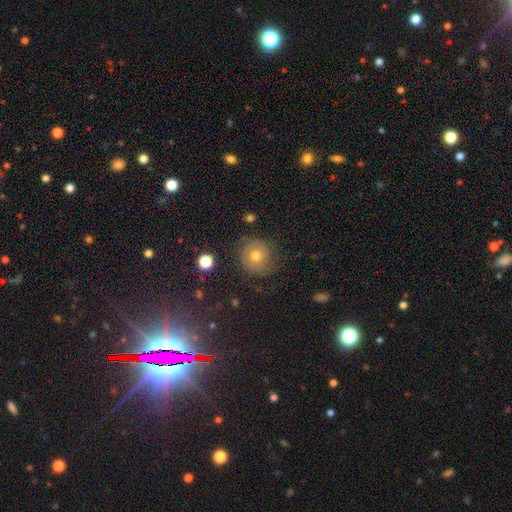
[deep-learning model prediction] smooth_or_featured: smooth (p=0.55) [alt: featured or disk p=0.32]
how_rounded: round (p=0.88) [alt: in between p=0.11]
merging: none (p=0.75) [alt: minor disturbance p=0.16]